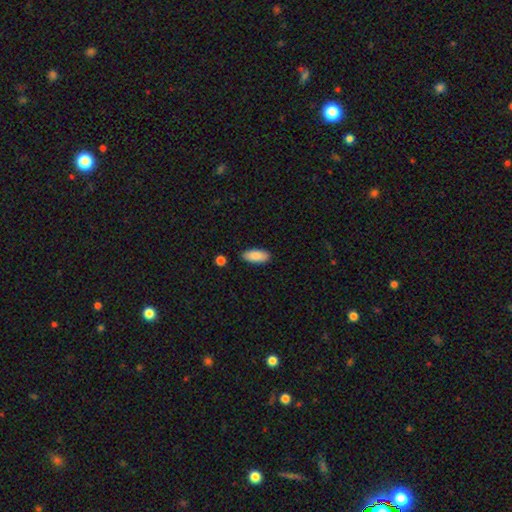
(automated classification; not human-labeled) Smooth or featured? Predicted: smooth (p=0.87). How rounded? Predicted: in between (p=0.88). Merging? Predicted: none (p=0.87).